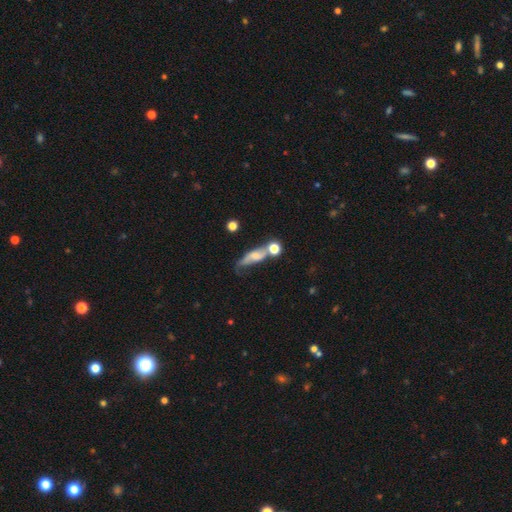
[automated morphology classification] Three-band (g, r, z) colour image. It shows a smooth galaxy with no disk features (46%). Merging: none (36%).